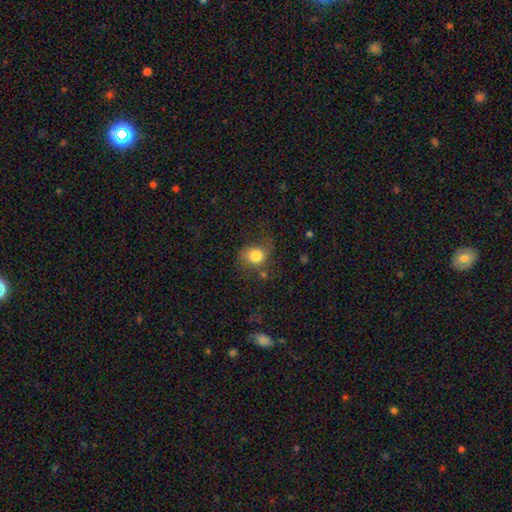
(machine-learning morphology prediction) A smooth galaxy with no disk features (78%) that is round (64%). Merging: none (48%).